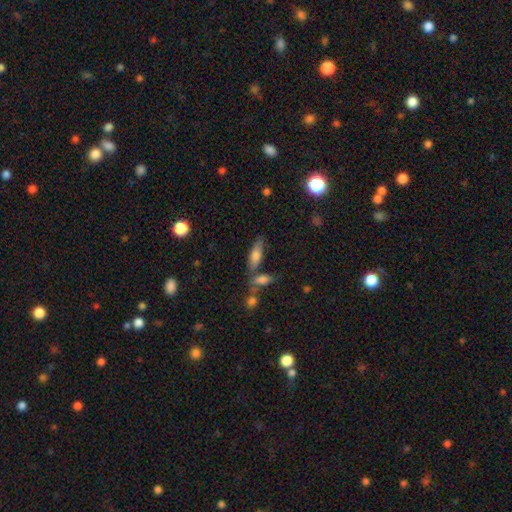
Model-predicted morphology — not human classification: Overall: smooth (72%). How rounded: in between (57%; cigar-shaped 40%). Merging: none (64%).